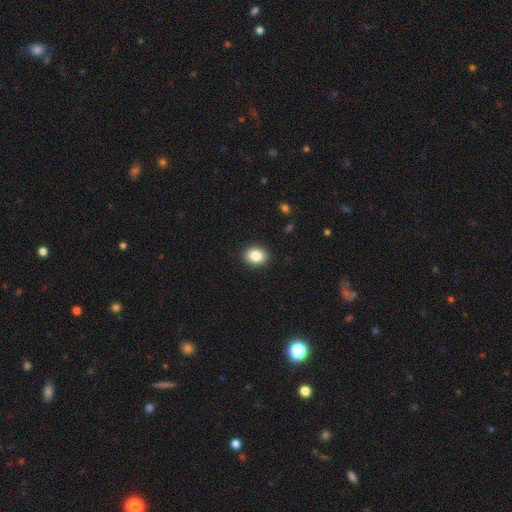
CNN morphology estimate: Overall: smooth (86%). How rounded: in between (52%; round 47%). Merging: none (91%).